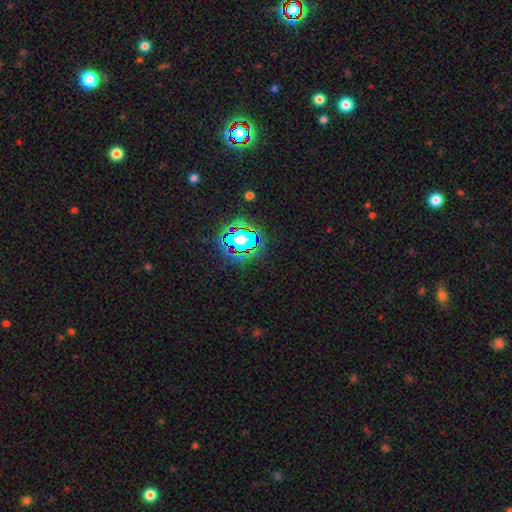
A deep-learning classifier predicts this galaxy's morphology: smooth_or_featured: star or artifact (p=0.81) [alt: smooth p=0.11]